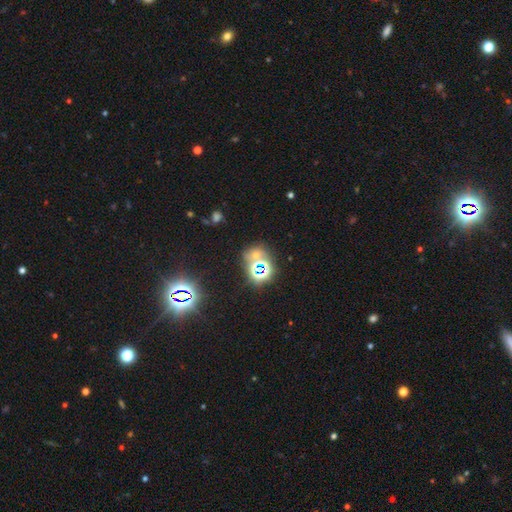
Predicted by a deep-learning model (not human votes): star or artifact 68%, smooth 22%, featured or disk 11%.